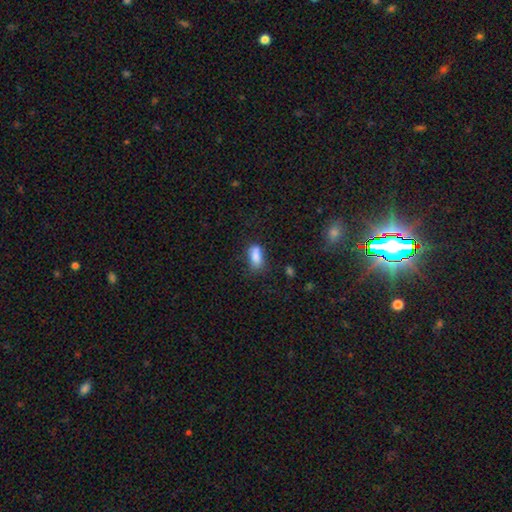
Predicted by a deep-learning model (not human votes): The model was most divided on "merging": none: 51%, minor disturbance: 28%, major disturbance: 12%, merger: 10%. More confident: how rounded — in between (84%); smooth or featured — smooth (82%).